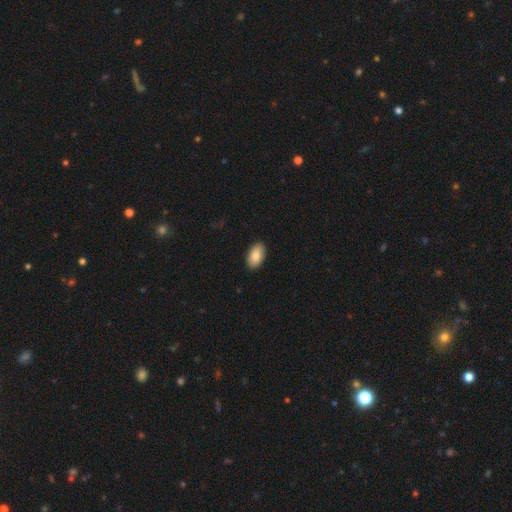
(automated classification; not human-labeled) Smooth or featured?
  - smooth: 86% *
  - featured or disk: 8%
  - star or artifact: 6%
How rounded?
  - in between: 95% *
  - round: 4%
  - cigar-shaped: 2%
Merging?
  - none: 90% *
  - minor disturbance: 7%
  - major disturbance: 2%
  - merger: 1%